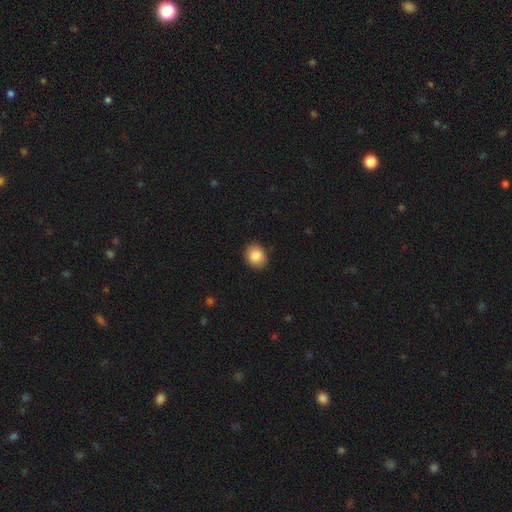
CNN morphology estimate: A smooth galaxy with no disk features (86%) that is round (58%). Merging: none (89%).